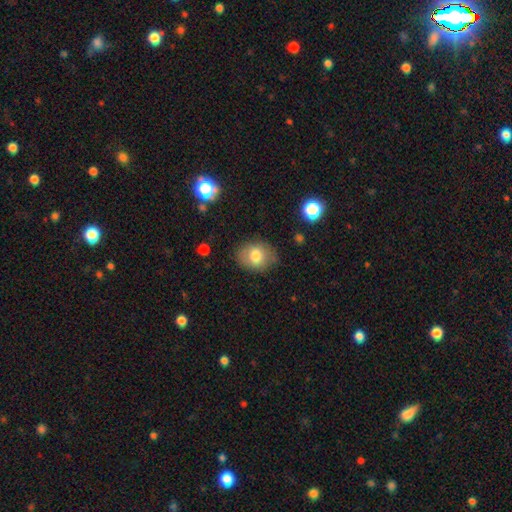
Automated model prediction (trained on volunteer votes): smooth 75%, featured or disk 16%, star or artifact 9%. Down the decision tree: how rounded — in between (59%); merging — none (78%).